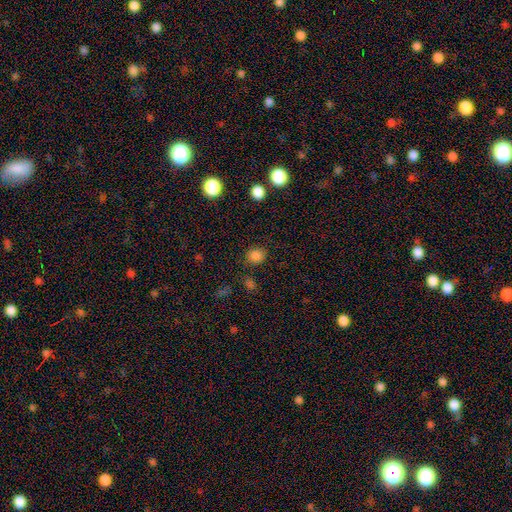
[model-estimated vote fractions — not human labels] Smooth or featured? Predicted: smooth (p=0.82). How rounded? Predicted: round (p=0.77). Merging? Predicted: none (p=0.84).